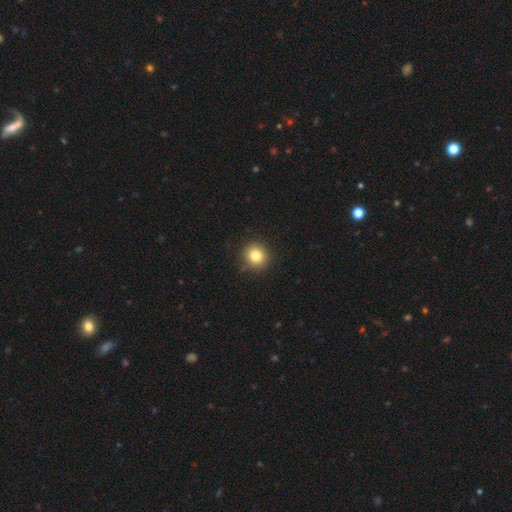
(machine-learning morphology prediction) Overall: smooth (82%). How rounded: round (91%). Merging: none (91%).